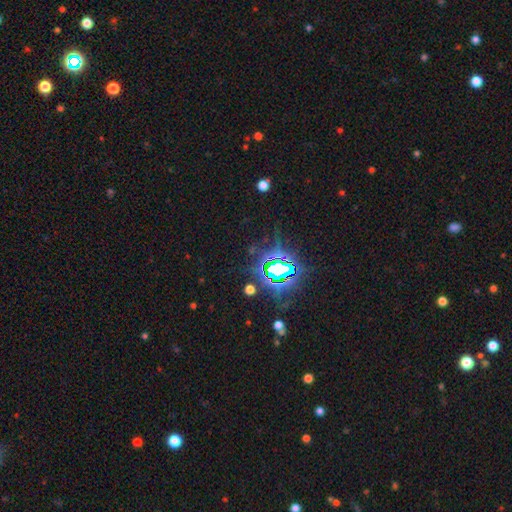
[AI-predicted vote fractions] Smooth or featured: star or artifact — 85% (smooth — 8%)